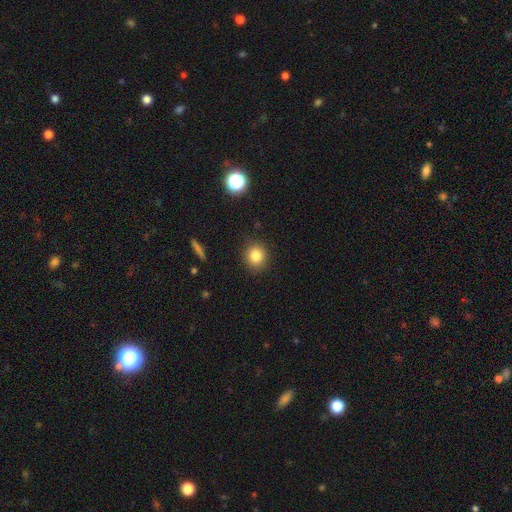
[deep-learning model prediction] smooth-or-featured: smooth: 83% | star or artifact: 12% | featured or disk: 6%
  how-rounded: round: 84% | in between: 15% | cigar-shaped: 1%
  merging: none: 89% | minor disturbance: 8% | major disturbance: 2% | merger: 1%